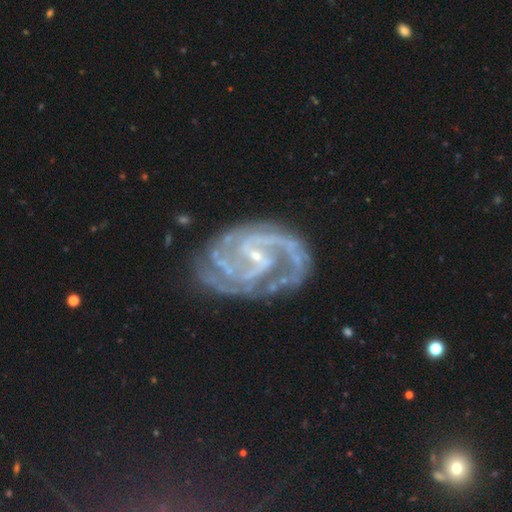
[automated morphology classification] Smooth or featured? Predicted: featured or disk (p=0.92). Edge-on disk? Predicted: no (p=0.98). Bar? Predicted: weak (p=0.48). Spiral arms? Predicted: yes (p=0.98). Spiral winding? Predicted: medium (p=0.50). Spiral arm count? Predicted: 2 (p=0.46). Bulge size? Predicted: small (p=0.83). Merging? Predicted: none (p=0.66).